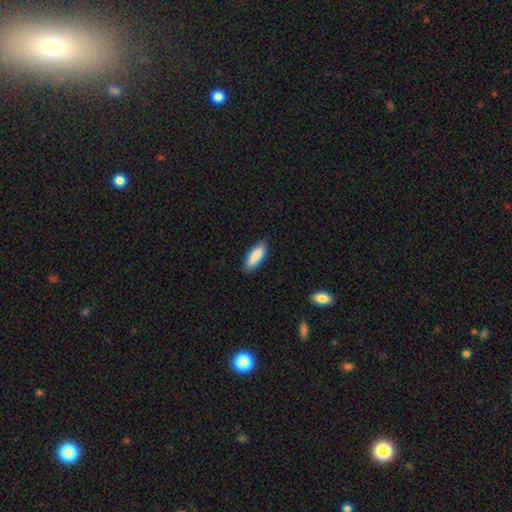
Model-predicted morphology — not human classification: This is clearly a smooth galaxy (88%). How rounded: likely in between (66%). Merging: clearly none (85%).